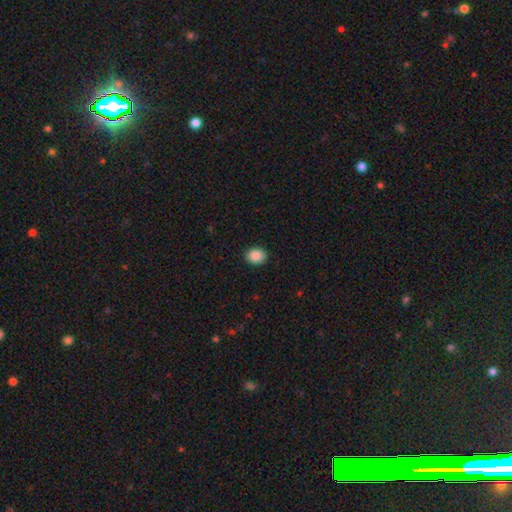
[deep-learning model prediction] Smooth or featured? smooth (89%)
How rounded? in between (52%)
Merging? none (90%)